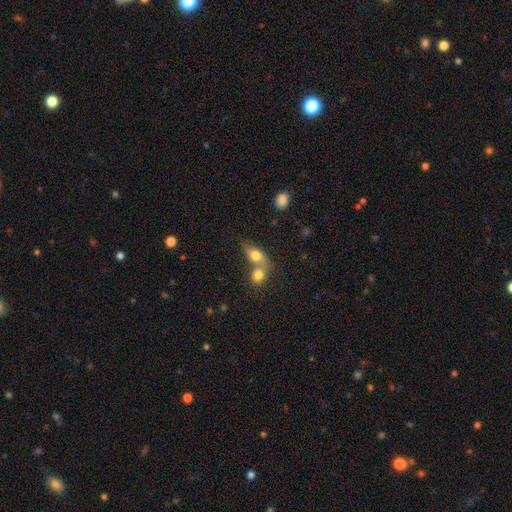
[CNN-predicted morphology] This is likely a smooth galaxy (77%). How rounded: likely in between (72%). Merging: likely merger (63%).